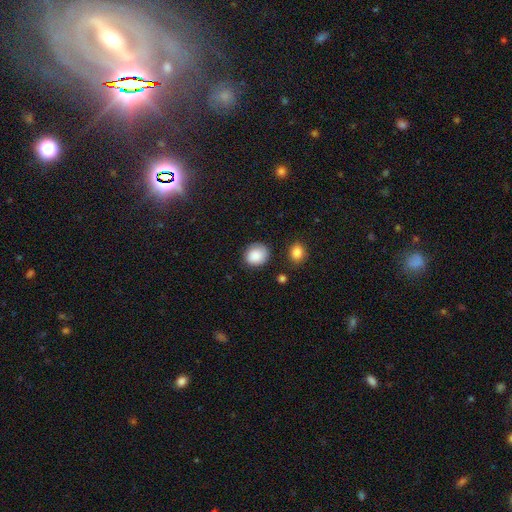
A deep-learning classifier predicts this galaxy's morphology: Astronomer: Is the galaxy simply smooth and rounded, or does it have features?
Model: smooth — 87%.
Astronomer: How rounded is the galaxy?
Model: round — 75%.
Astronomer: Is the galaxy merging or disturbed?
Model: none — 76%.